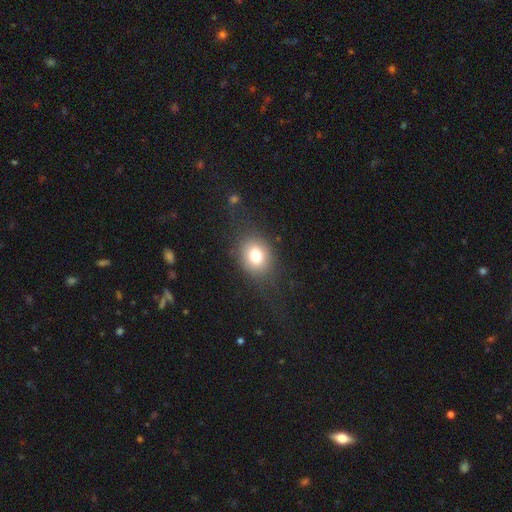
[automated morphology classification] Smooth or featured? Predicted: smooth (p=0.74). How rounded? Predicted: round (p=0.58). Merging? Predicted: none (p=0.75).